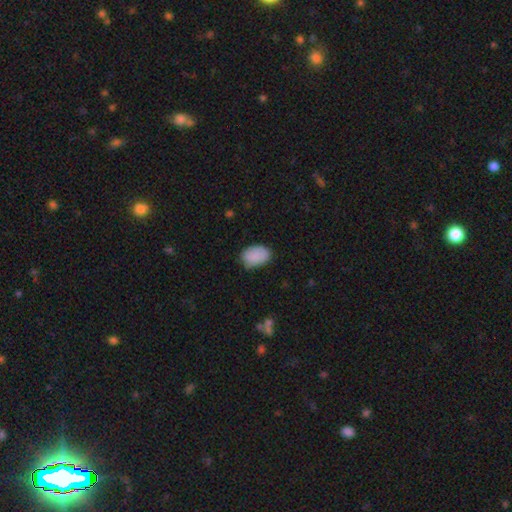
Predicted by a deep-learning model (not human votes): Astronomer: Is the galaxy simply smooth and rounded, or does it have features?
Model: smooth — 88%.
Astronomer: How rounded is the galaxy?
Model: in between — 88%.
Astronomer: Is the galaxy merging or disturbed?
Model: none — 75%.